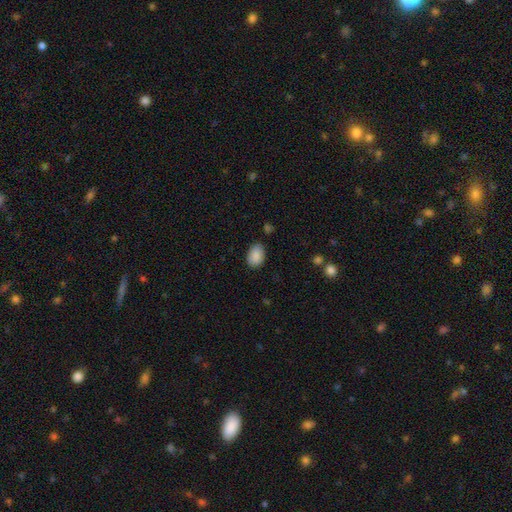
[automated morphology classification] type=smooth (89%); roundness=in between (87%); merging=none (81%).